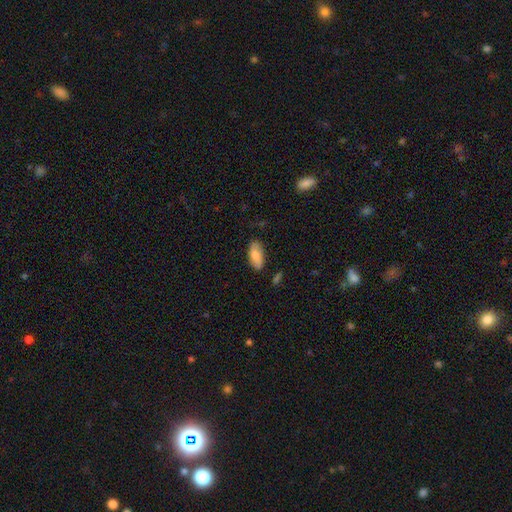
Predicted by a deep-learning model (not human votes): smooth 80%, featured or disk 13%, star or artifact 6%. Down the decision tree: how rounded — in between (88%); merging — none (80%).